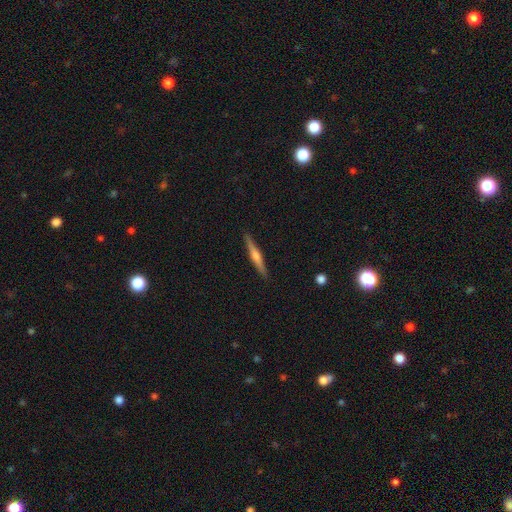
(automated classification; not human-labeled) Smooth or featured?
  - featured or disk: 63% *
  - smooth: 32%
  - star or artifact: 6%
Edge-on disk?
  - yes: 98% *
  - no: 2%
Edge-on bulge?
  - rounded: 79% *
  - none: 11%
  - boxy: 11%
Merging?
  - none: 91% *
  - minor disturbance: 7%
  - major disturbance: 1%
  - merger: 1%